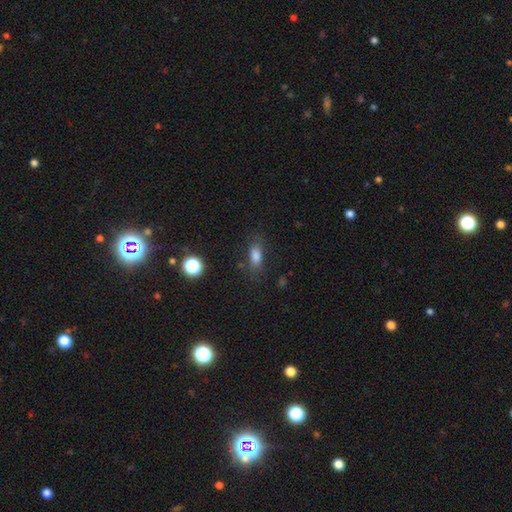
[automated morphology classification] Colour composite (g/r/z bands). It shows a smooth galaxy with no disk features (79%) that is in between round and cigar-shaped (79%). Merging: none (75%).